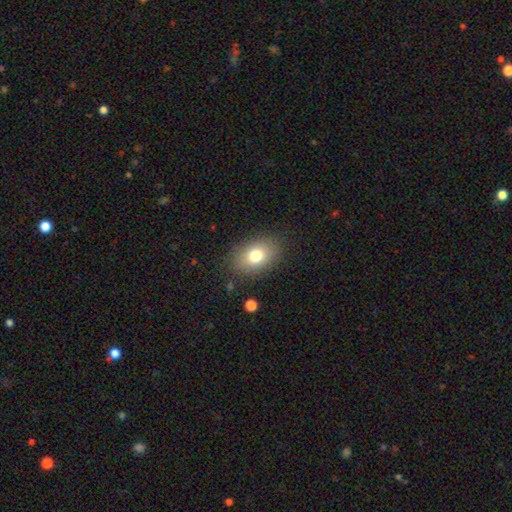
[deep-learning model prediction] A smooth galaxy with no disk features (77%) that is in between round and cigar-shaped (79%).

Vote fractions:
- Smooth or featured? smooth: 77% / featured or disk: 13% / star or artifact: 10%
- How rounded? in between: 79% / round: 19% / cigar-shaped: 1%
- Merging? none: 84% / minor disturbance: 10% / major disturbance: 4% / merger: 1%